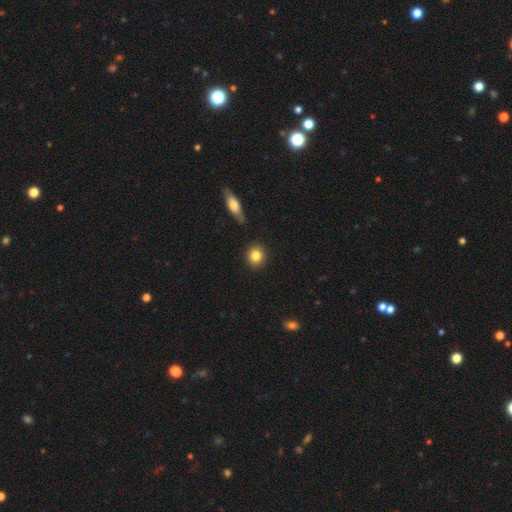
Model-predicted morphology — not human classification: A smooth galaxy with no disk features (84%) that is round (76%).

Vote fractions:
- Smooth or featured? smooth: 84% / star or artifact: 9% / featured or disk: 7%
- How rounded? round: 76% / in between: 22% / cigar-shaped: 2%
- Merging? none: 89% / minor disturbance: 7% / merger: 2% / major disturbance: 2%